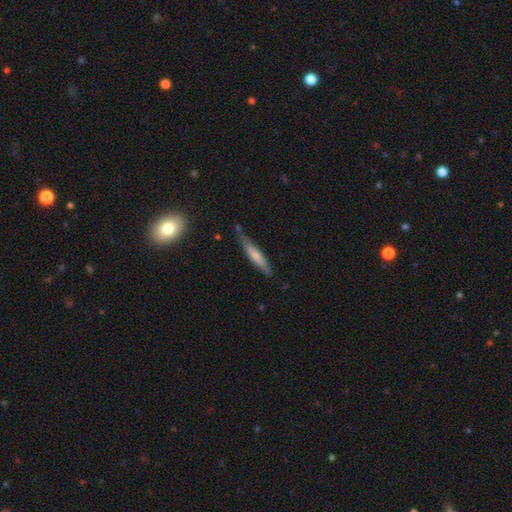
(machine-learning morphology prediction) Overall: smooth (64%; featured or disk 30%). How rounded: cigar-shaped (89%). Merging: none (72%).